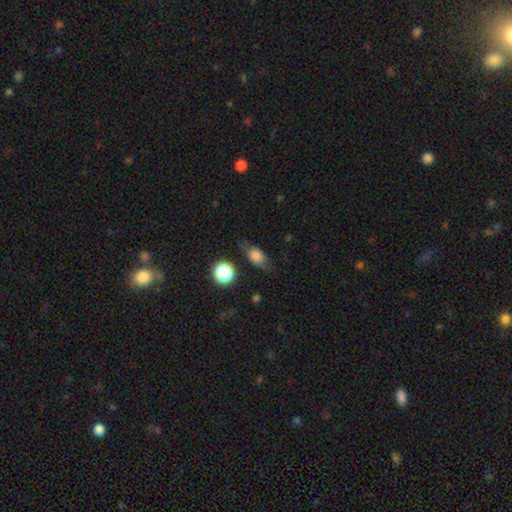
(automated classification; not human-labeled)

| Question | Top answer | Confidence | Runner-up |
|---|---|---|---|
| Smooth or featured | smooth | 66% | featured or disk (22%) |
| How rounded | in between | 65% | round (23%) |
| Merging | none | 66% | minor disturbance (23%) |